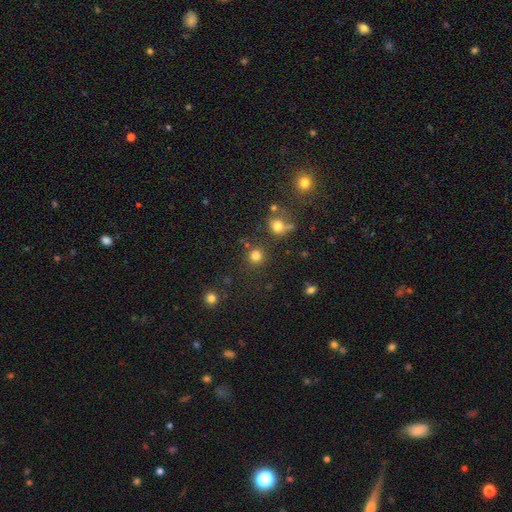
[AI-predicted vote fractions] This appears to be a smooth galaxy with no disk features (80%) that is round (92%). Merging: none (83%).